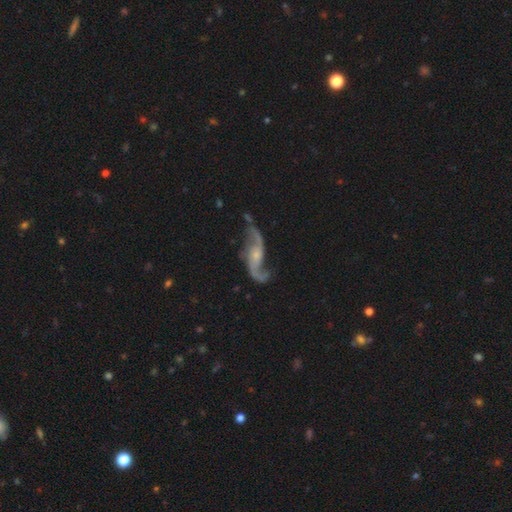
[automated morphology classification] type=featured or disk (89%); edge-on=no (94%); bar=no (57%); spiral arms=yes (96%); winding=loose (80%); arm count=2 (93%); bulge=small (63%); merging=none (66%).